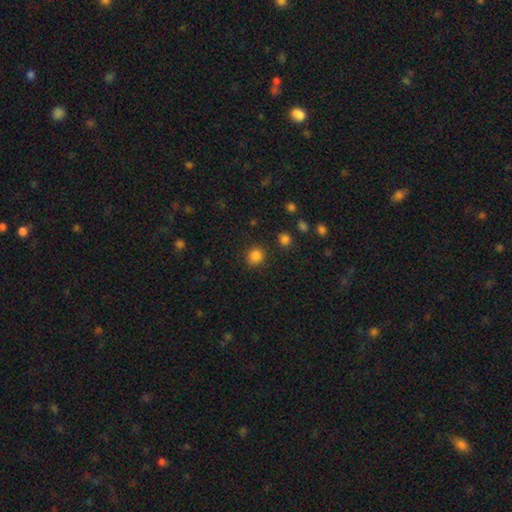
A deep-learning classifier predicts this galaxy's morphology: This is clearly a smooth galaxy (84%). How rounded: clearly round (87%). Merging: clearly none (86%).